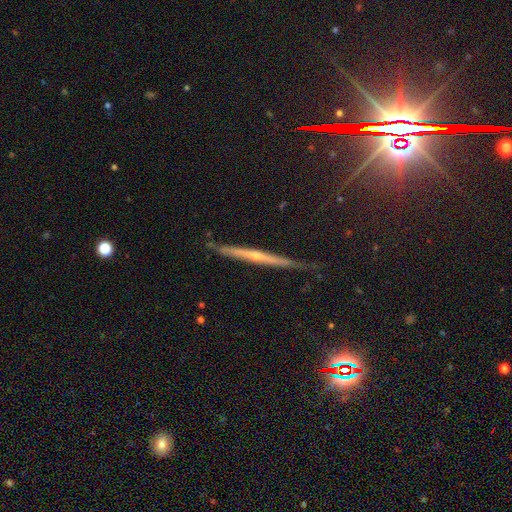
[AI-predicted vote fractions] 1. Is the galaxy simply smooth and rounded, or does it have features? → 69% featured or disk, 17% star or artifact, 14% smooth.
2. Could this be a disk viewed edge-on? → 96% yes, 4% no.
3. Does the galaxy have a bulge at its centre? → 67% rounded, 25% none, 8% boxy.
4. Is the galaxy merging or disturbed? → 84% none, 12% minor disturbance, 2% major disturbance, 2% merger.